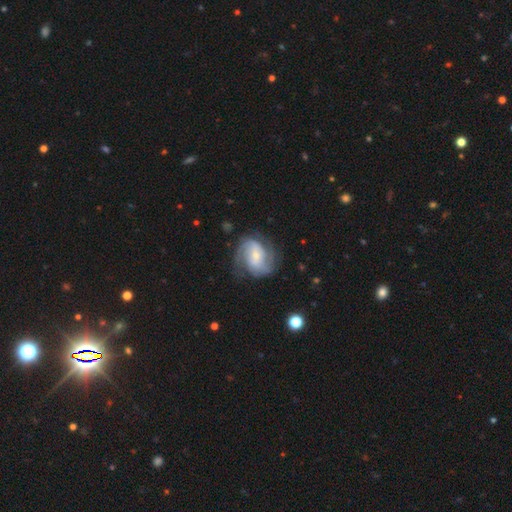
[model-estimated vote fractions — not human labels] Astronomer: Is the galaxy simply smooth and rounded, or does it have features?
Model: featured or disk — 81%.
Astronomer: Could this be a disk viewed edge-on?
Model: no — 98%.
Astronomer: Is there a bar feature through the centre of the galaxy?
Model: no — 42%, tied with weak at 42%.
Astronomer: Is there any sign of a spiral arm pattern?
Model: yes — 94%.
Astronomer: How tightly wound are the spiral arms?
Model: medium — 46% (runner-up: tight, 36%).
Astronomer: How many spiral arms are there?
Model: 2 — 62%.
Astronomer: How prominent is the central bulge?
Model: small — 65%.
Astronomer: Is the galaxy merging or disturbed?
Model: none — 69%.